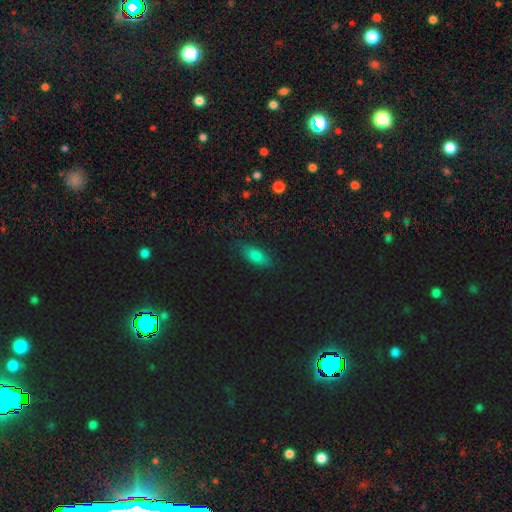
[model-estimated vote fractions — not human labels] Smooth or featured? smooth (77%)
How rounded? in between (81%)
Merging? none (79%)